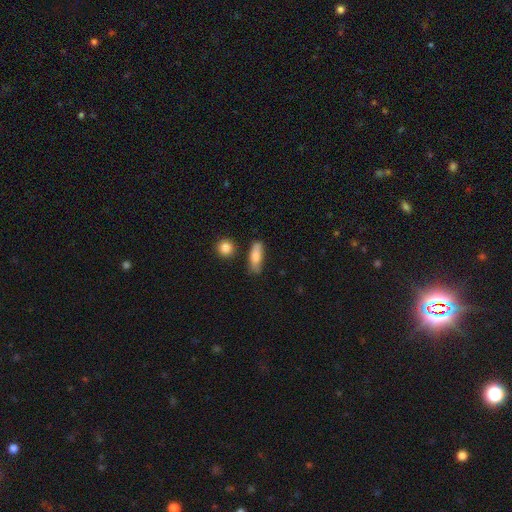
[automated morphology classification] Smooth or featured?
  - smooth: 80% *
  - featured or disk: 13%
  - star or artifact: 7%
How rounded?
  - in between: 54% *
  - cigar-shaped: 42%
  - round: 4%
Merging?
  - none: 68% *
  - minor disturbance: 22%
  - major disturbance: 6%
  - merger: 5%